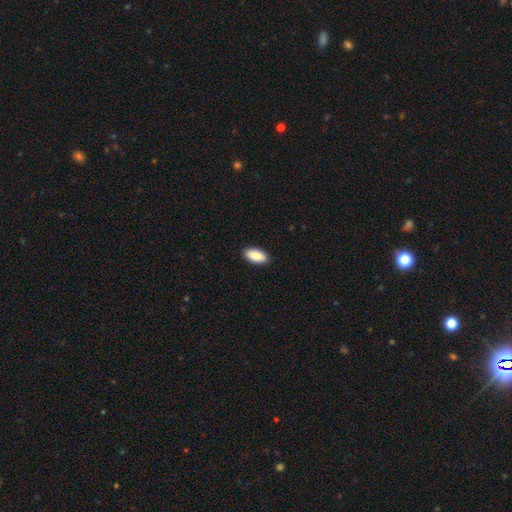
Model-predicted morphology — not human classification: type=smooth (90%); roundness=in between (93%); merging=none (90%).